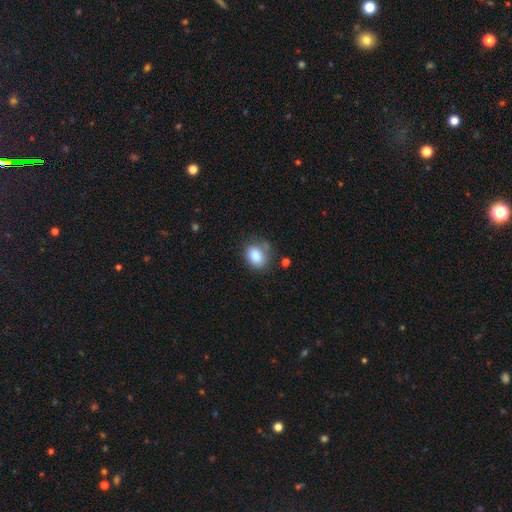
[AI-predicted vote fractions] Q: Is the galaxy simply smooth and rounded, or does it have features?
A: smooth — 84%.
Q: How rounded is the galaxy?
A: in between — 59%.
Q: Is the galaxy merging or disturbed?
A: none — 60%.